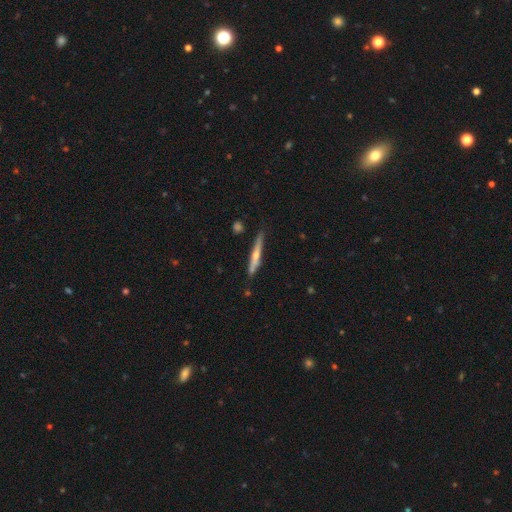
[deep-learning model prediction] Morphology: type=featured or disk (54%); edge-on=yes (94%); edge-on bulge=rounded (76%); merging=none (79%).